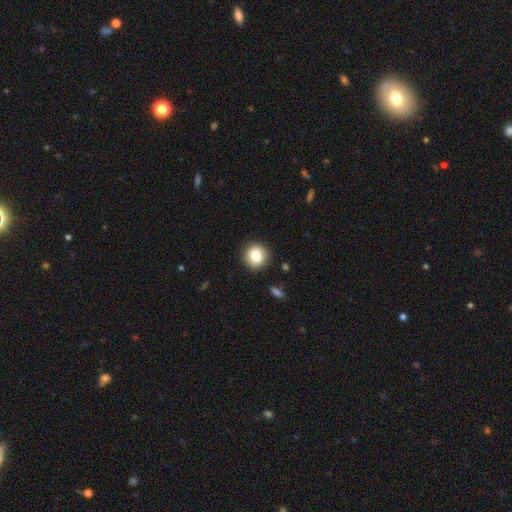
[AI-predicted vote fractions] Smooth or featured?
  - smooth: 81% *
  - featured or disk: 10%
  - star or artifact: 9%
How rounded?
  - round: 90% *
  - in between: 9%
  - cigar-shaped: 1%
Merging?
  - none: 89% *
  - minor disturbance: 7%
  - major disturbance: 2%
  - merger: 1%